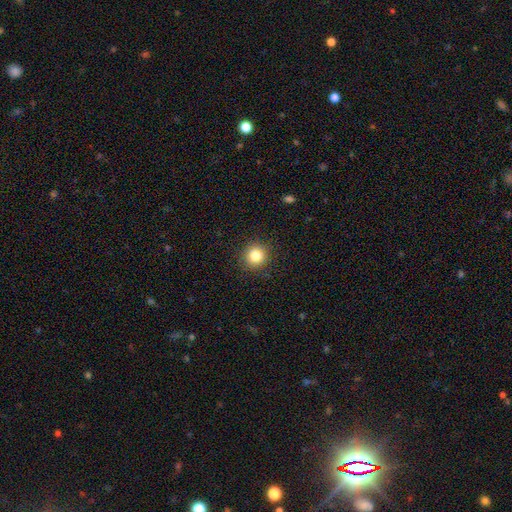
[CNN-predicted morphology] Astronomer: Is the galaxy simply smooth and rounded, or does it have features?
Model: smooth — 83%.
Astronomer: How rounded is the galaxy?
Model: round — 93%.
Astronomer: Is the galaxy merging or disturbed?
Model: none — 91%.